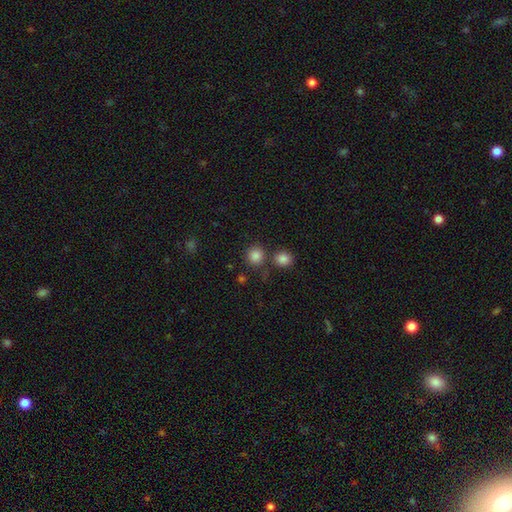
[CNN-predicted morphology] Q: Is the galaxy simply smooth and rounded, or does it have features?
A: smooth — 85%.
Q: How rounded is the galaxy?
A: round — 90%.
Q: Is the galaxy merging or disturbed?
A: none — 76%.